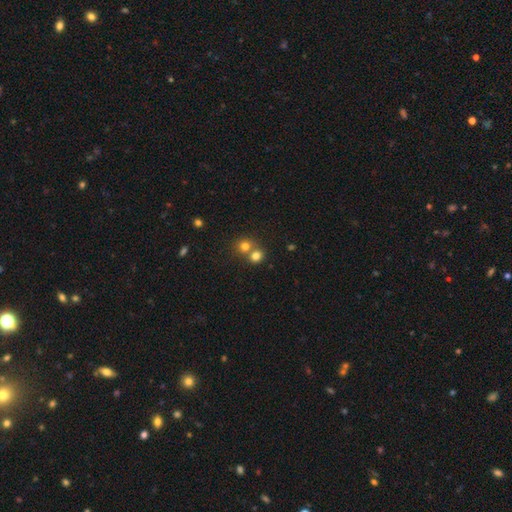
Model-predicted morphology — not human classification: Smooth or featured? smooth (77%)
How rounded? round (83%)
Merging? merger (48%)